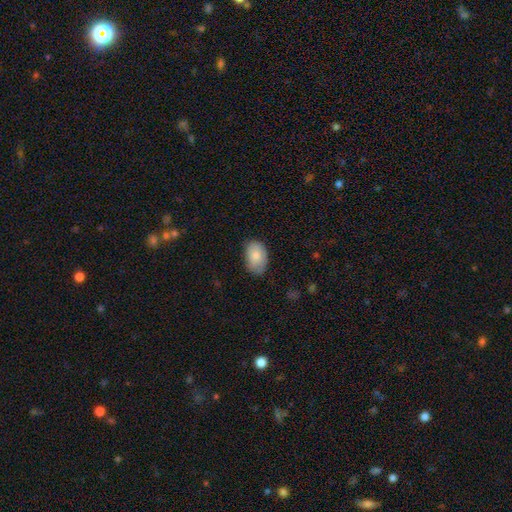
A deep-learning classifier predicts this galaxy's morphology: The model was most divided on "merging": none: 71%, minor disturbance: 24%, major disturbance: 4%, merger: 1%. More confident: how rounded — in between (90%); smooth or featured — smooth (81%).